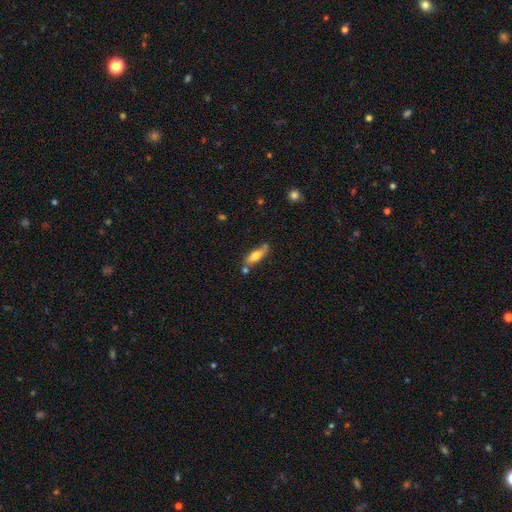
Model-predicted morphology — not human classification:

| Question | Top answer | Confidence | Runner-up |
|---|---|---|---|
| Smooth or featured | smooth | 57% | featured or disk (37%) |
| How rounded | cigar-shaped | 51% | in between (46%) |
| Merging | none | 67% | minor disturbance (18%) |